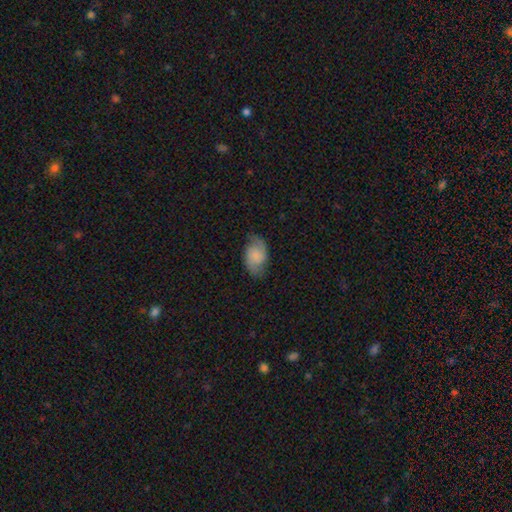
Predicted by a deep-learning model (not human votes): A smooth galaxy with no disk features (49%).

Vote fractions:
- Smooth or featured? smooth: 49% / featured or disk: 43% / star or artifact: 8%
- Merging? none: 70% / minor disturbance: 21% / major disturbance: 8% / merger: 1%